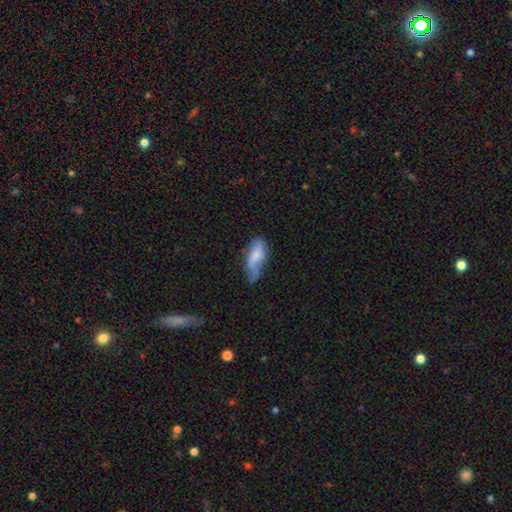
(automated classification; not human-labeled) smooth 66%, featured or disk 27%, star or artifact 7%. Down the decision tree: how rounded — in between (82%); merging — minor disturbance (39%).